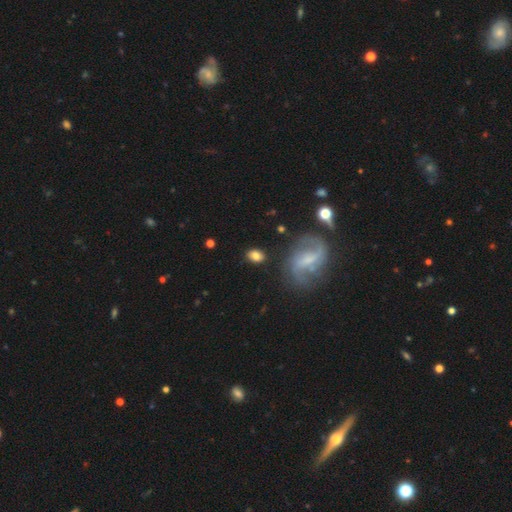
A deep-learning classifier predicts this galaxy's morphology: smooth 73%, featured or disk 18%, star or artifact 9%. Down the decision tree: how rounded — in between (76%); merging — none (79%).